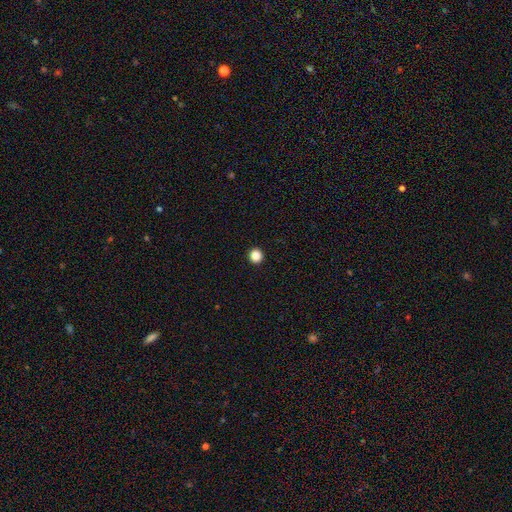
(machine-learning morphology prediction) This appears to be a smooth galaxy with no disk features (86%) that is round (95%). Merging: none (94%).